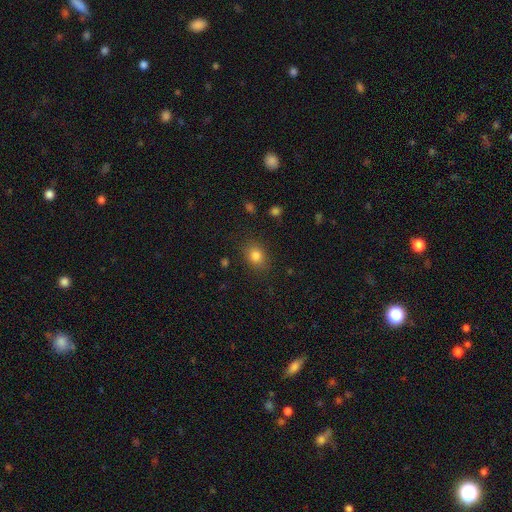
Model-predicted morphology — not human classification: smooth_or_featured: smooth (p=0.81) [alt: star or artifact p=0.12]
how_rounded: round (p=0.55) [alt: in between p=0.44]
merging: none (p=0.84) [alt: minor disturbance p=0.11]